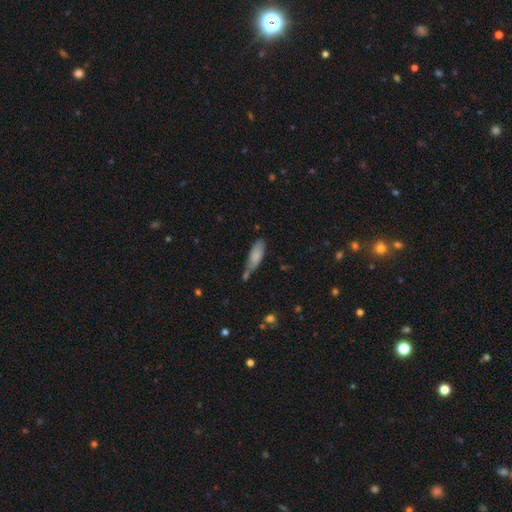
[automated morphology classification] Smooth or featured: smooth — 80% (featured or disk — 13%)
How rounded: in between — 61% (cigar-shaped — 37%)
Merging: none — 43% (minor disturbance — 31%)